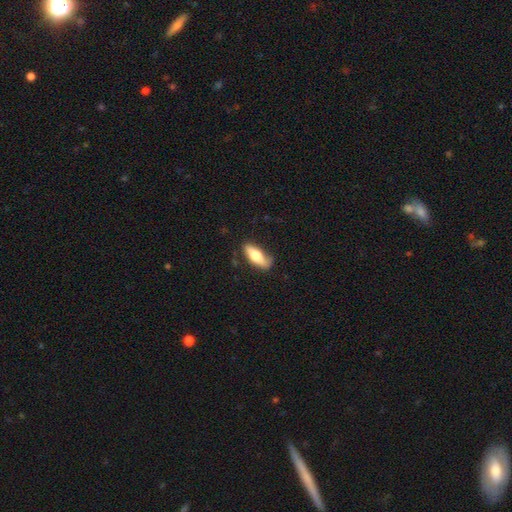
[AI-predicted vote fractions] smooth-or-featured: smooth: 65% | featured or disk: 30% | star or artifact: 6%
  how-rounded: in between: 64% | cigar-shaped: 33% | round: 3%
  merging: none: 67% | minor disturbance: 24% | major disturbance: 6% | merger: 2%